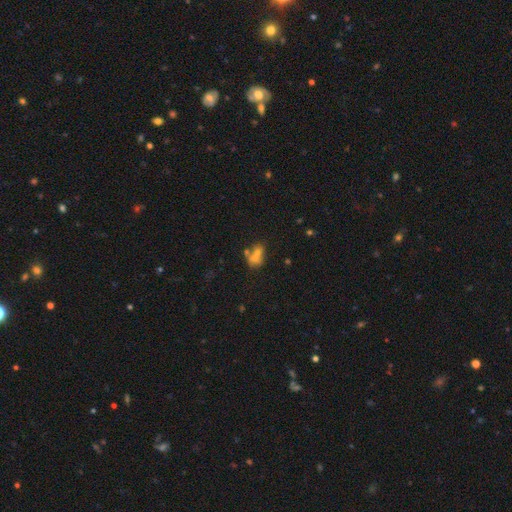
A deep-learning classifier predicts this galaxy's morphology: Smooth or featured: smooth — 58% (featured or disk — 24%)
How rounded: in between — 60% (round — 37%)
Merging: merger — 48% (none — 31%)